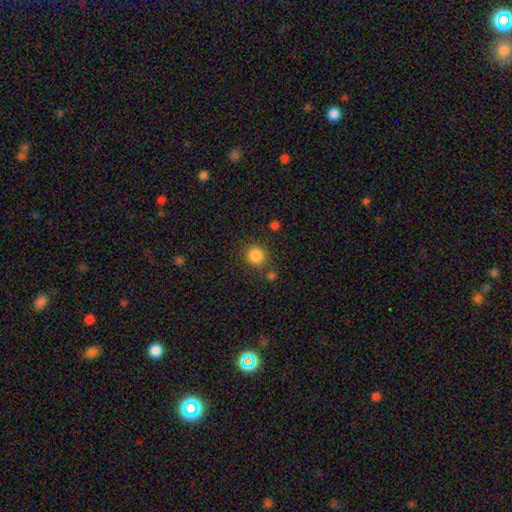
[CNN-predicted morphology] smooth_or_featured: smooth (p=0.85) [alt: star or artifact p=0.11]
how_rounded: round (p=0.92) [alt: in between p=0.07]
merging: none (p=0.82) [alt: minor disturbance p=0.09]